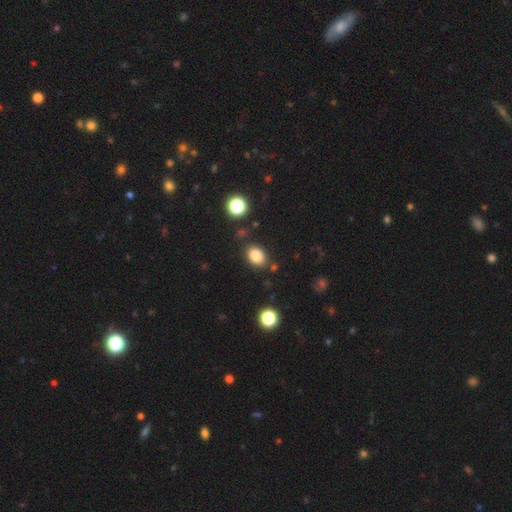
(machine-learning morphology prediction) Smooth or featured? smooth (84%)
How rounded? in between (65%)
Merging? none (81%)